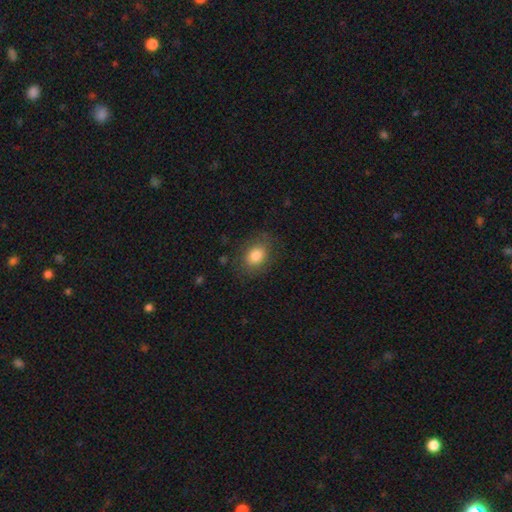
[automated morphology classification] The model was most divided on "how rounded": in between: 61%, round: 38%, cigar-shaped: 1%. More confident: smooth or featured — smooth (81%); merging — none (79%).